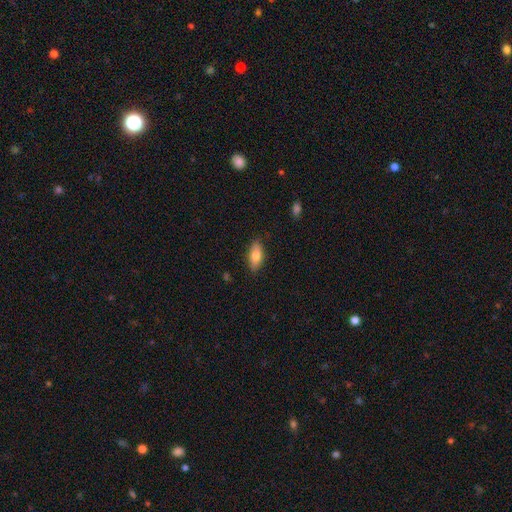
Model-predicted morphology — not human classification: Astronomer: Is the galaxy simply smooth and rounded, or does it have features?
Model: smooth — 77%.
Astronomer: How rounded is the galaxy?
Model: in between — 84%.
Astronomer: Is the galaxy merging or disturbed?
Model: none — 87%.